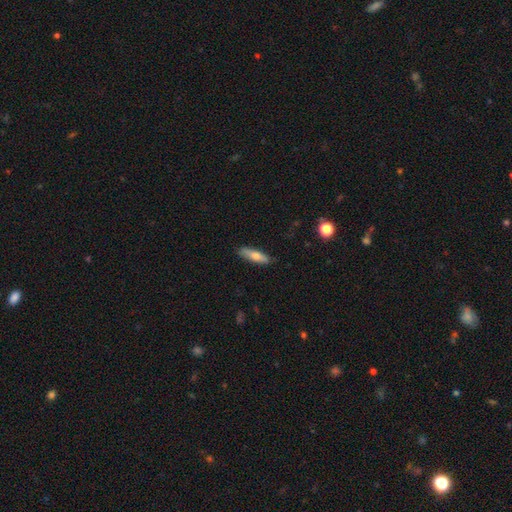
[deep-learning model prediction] This is likely a smooth galaxy (69%). How rounded: likely cigar-shaped (67%). Merging: clearly none (85%).